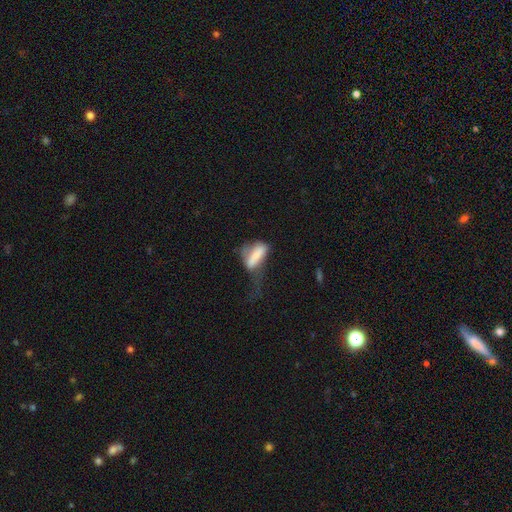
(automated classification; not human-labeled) Smooth or featured: smooth — 70% (featured or disk — 21%)
How rounded: in between — 69% (cigar-shaped — 27%)
Merging: major disturbance — 54% (minor disturbance — 22%)